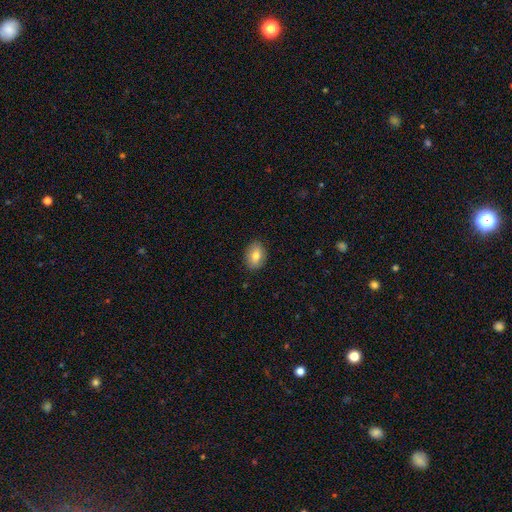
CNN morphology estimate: smooth 76%, featured or disk 16%, star or artifact 8%. Down the decision tree: how rounded — in between (77%); merging — none (86%).